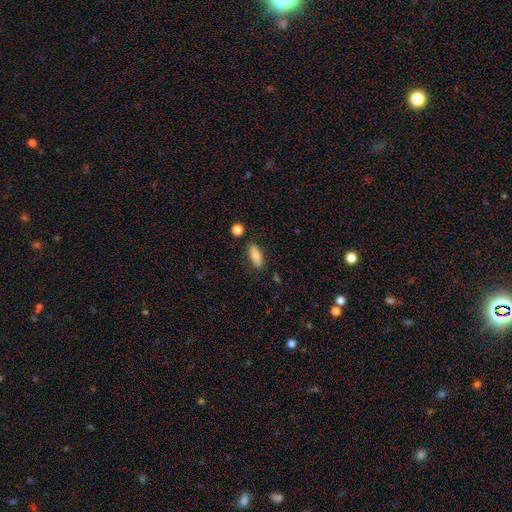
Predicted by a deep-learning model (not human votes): smooth-or-featured: smooth: 77% | featured or disk: 15% | star or artifact: 7%
  how-rounded: in between: 78% | cigar-shaped: 19% | round: 3%
  merging: none: 81% | minor disturbance: 13% | merger: 3% | major disturbance: 3%